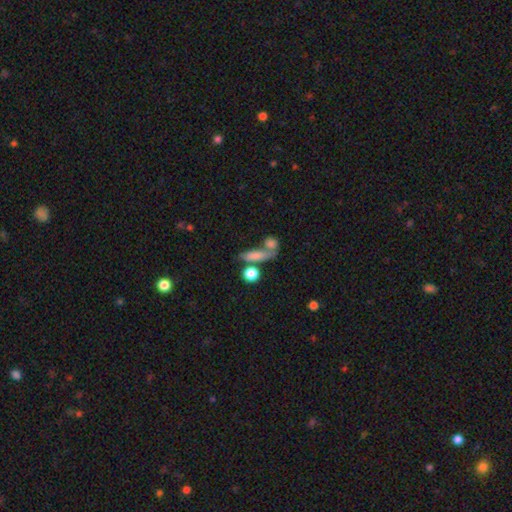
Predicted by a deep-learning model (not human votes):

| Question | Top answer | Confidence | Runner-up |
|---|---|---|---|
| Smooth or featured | smooth | 75% | featured or disk (14%) |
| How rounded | cigar-shaped | 41% | in between (39%) |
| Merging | none | 51% | merger (28%) |